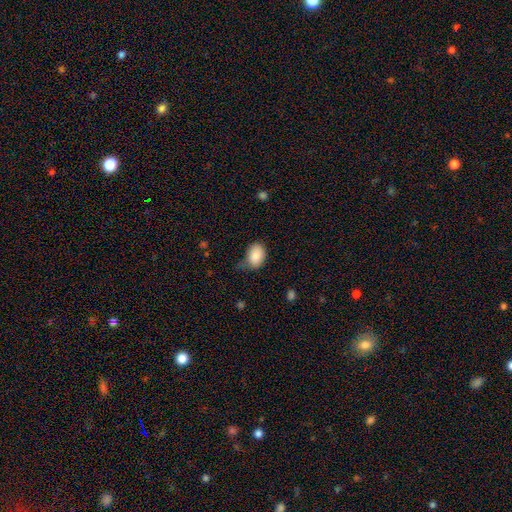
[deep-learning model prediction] This is clearly a smooth galaxy (86%). How rounded: likely in between (79%). Merging: possibly none (48%).